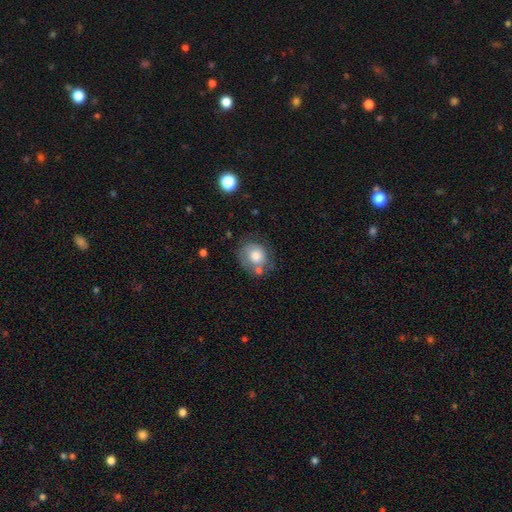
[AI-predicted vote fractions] A smooth galaxy with no disk features (73%) that is round (75%).

Vote fractions:
- Smooth or featured? smooth: 73% / featured or disk: 19% / star or artifact: 8%
- How rounded? round: 75% / in between: 24% / cigar-shaped: 1%
- Merging? none: 54% / minor disturbance: 23% / merger: 13% / major disturbance: 10%